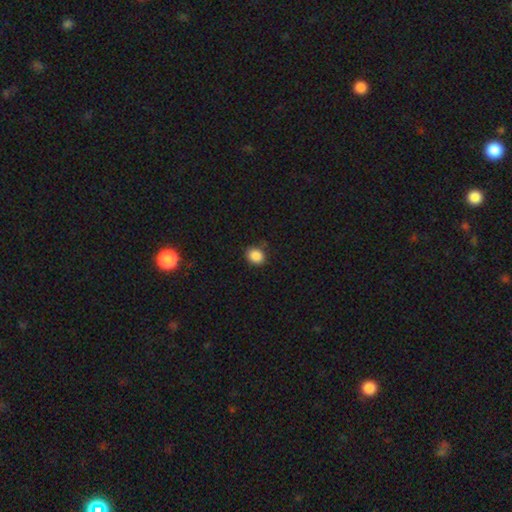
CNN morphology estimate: smooth-or-featured: smooth: 87% | star or artifact: 9% | featured or disk: 3%
  how-rounded: round: 58% | in between: 41% | cigar-shaped: 1%
  merging: none: 83% | minor disturbance: 13% | major disturbance: 3% | merger: 2%